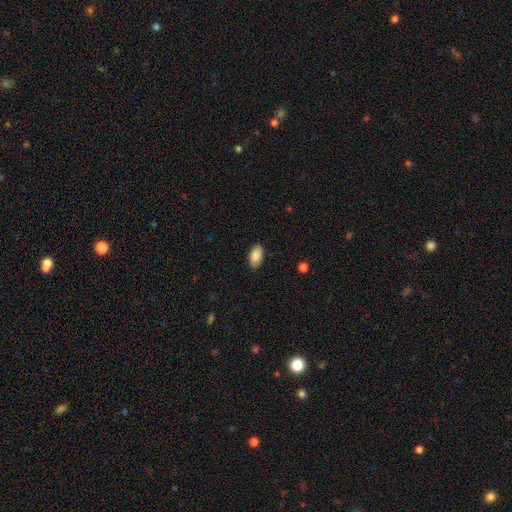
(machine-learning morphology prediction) Smooth or featured?
  - smooth: 88% *
  - star or artifact: 7%
  - featured or disk: 5%
How rounded?
  - in between: 94% *
  - cigar-shaped: 3%
  - round: 3%
Merging?
  - none: 86% *
  - minor disturbance: 11%
  - major disturbance: 2%
  - merger: 1%